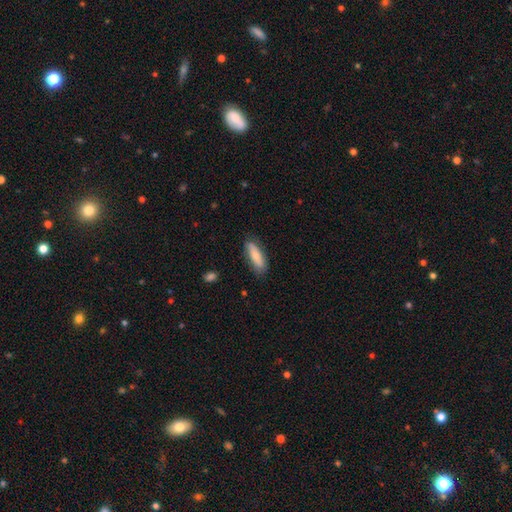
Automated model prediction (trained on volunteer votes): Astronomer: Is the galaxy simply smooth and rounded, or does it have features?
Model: smooth — 73%.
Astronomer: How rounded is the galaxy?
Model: in between — 56% (runner-up: cigar-shaped, 42%).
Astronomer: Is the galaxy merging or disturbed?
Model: none — 78%.